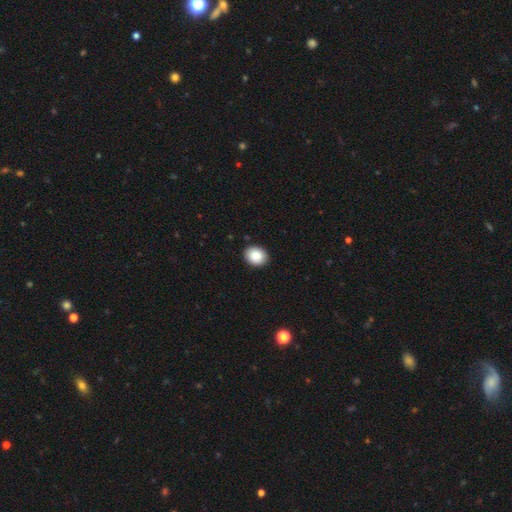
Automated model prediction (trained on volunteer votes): Smooth or featured? smooth (85%)
How rounded? round (57%)
Merging? none (90%)